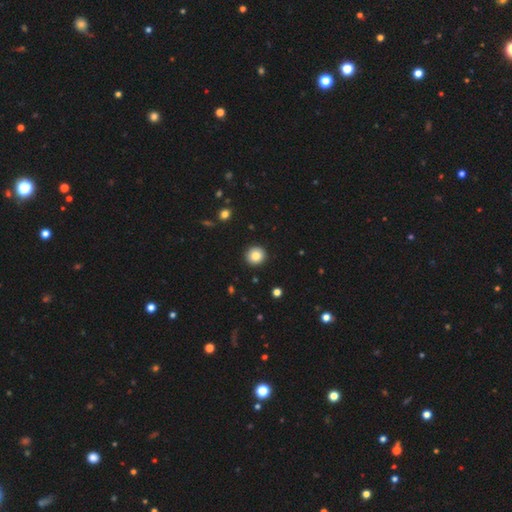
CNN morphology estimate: Smooth or featured?
  - smooth: 85% *
  - star or artifact: 10%
  - featured or disk: 6%
How rounded?
  - round: 93% *
  - in between: 6%
  - cigar-shaped: 1%
Merging?
  - none: 92% *
  - minor disturbance: 5%
  - major disturbance: 2%
  - merger: 1%